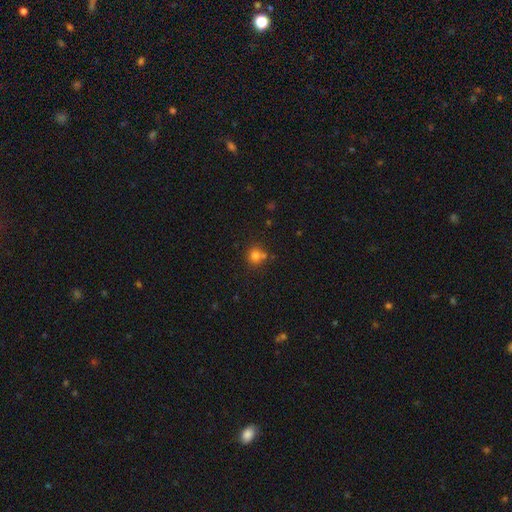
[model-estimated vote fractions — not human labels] smooth 77%, star or artifact 14%, featured or disk 9%. Down the decision tree: how rounded — round (85%); merging — none (61%).